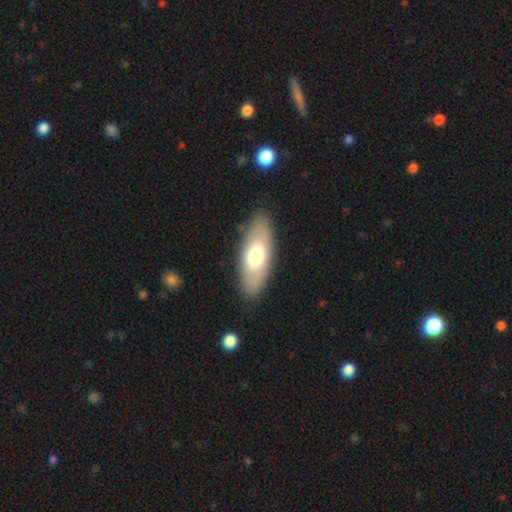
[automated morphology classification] smooth-or-featured: smooth: 68% | featured or disk: 26% | star or artifact: 6%
  how-rounded: in between: 81% | cigar-shaped: 16% | round: 3%
  merging: none: 85% | minor disturbance: 10% | major disturbance: 3% | merger: 1%